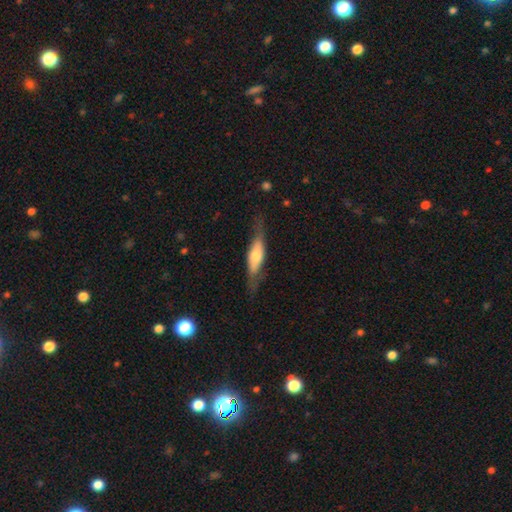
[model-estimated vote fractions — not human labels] Morphology: type=featured or disk (51%); edge-on=yes (74%); merging=none (71%).